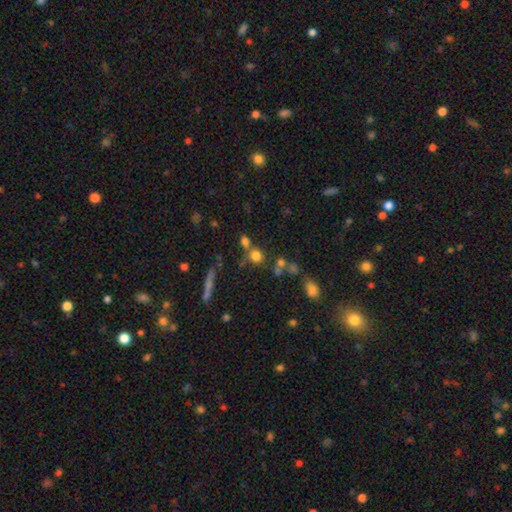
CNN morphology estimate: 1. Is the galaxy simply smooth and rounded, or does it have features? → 72% smooth, 17% star or artifact, 12% featured or disk.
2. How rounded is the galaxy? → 88% round, 10% in between, 2% cigar-shaped.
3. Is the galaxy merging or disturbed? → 60% none, 27% merger, 9% minor disturbance, 5% major disturbance.